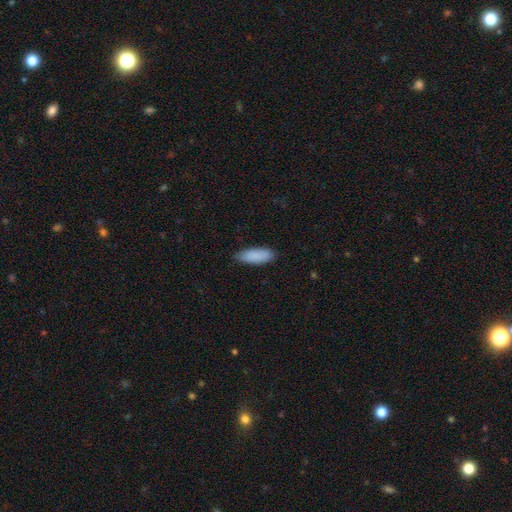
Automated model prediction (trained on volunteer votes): Smooth or featured: smooth — 89% (star or artifact — 6%)
How rounded: in between — 72% (cigar-shaped — 26%)
Merging: none — 81% (minor disturbance — 16%)